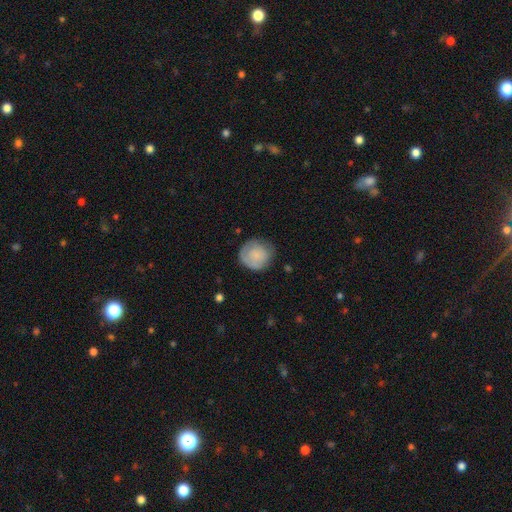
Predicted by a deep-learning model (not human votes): A smooth galaxy with no disk features (77%) that is round (90%). Merging: none (70%).